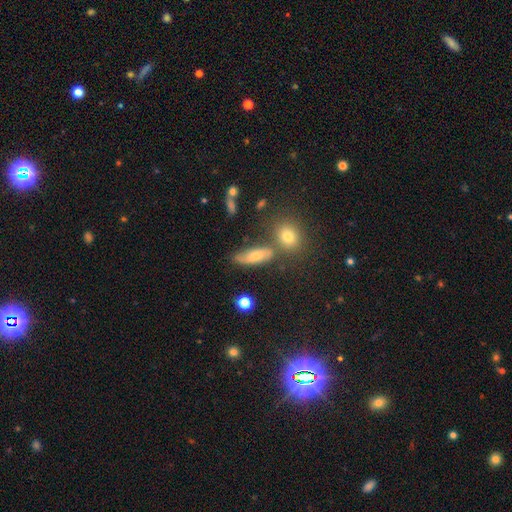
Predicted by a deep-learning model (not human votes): This appears to be a smooth galaxy with no disk features (66%) that is in between round and cigar-shaped (58%). Merging: none (63%).